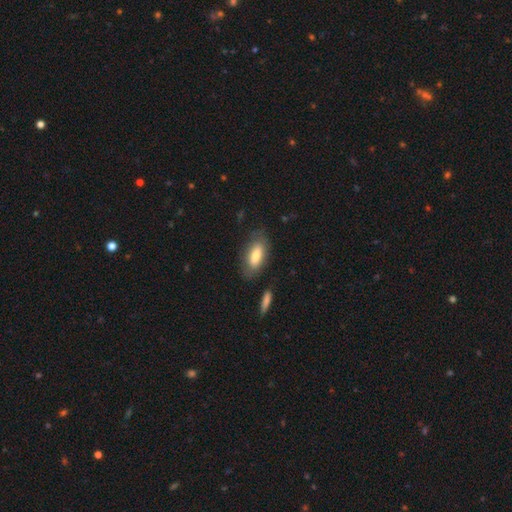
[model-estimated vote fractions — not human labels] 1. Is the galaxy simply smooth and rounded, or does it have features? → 75% smooth, 18% featured or disk, 6% star or artifact.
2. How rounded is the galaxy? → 82% in between, 16% cigar-shaped, 3% round.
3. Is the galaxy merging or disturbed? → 77% none, 16% minor disturbance, 5% major disturbance, 3% merger.